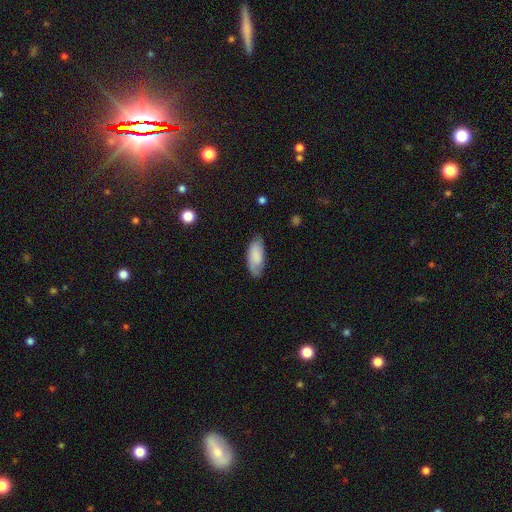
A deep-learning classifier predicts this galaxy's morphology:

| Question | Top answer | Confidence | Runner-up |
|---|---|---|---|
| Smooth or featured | smooth | 72% | featured or disk (21%) |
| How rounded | in between | 87% | cigar-shaped (11%) |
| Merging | none | 70% | minor disturbance (23%) |